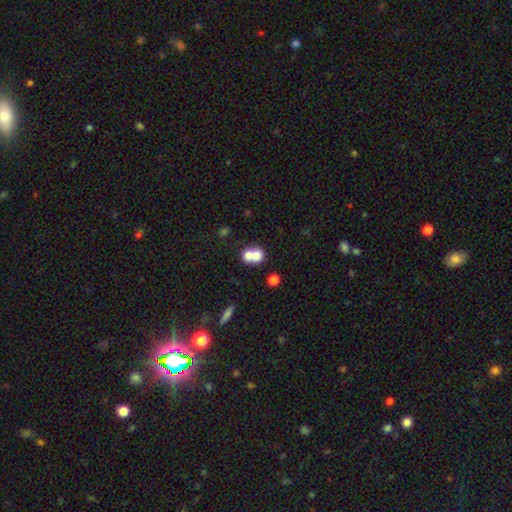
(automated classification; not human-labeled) This is likely a smooth galaxy (70%). How rounded: likely round (66%). Merging: likely merger (69%).